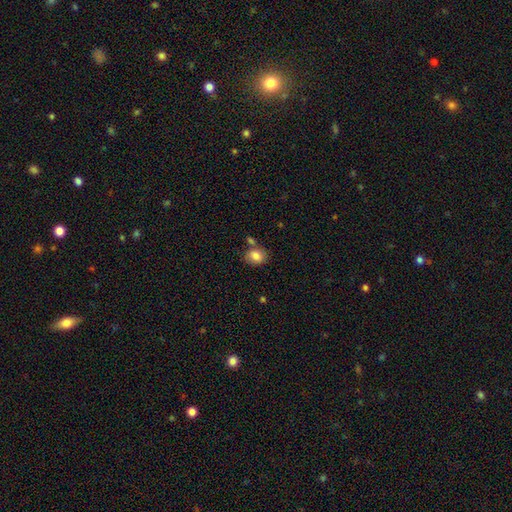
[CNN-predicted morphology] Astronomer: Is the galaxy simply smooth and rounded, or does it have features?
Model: smooth — 83%.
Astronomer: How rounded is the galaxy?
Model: in between — 54% (runner-up: round, 45%).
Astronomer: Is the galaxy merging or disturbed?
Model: none — 65%.